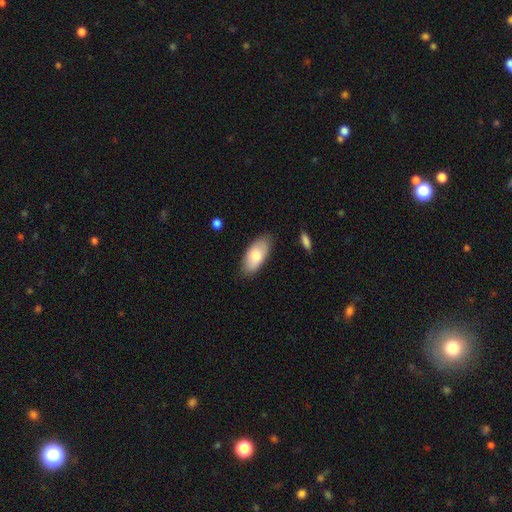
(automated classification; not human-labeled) smooth_or_featured: smooth (p=0.78) [alt: featured or disk p=0.16]
how_rounded: in between (p=0.91) [alt: cigar-shaped p=0.06]
merging: none (p=0.83) [alt: minor disturbance p=0.13]